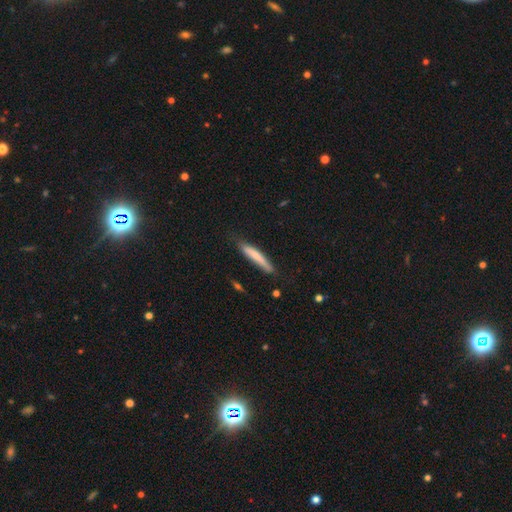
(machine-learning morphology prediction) Smooth or featured?
  - smooth: 72% *
  - featured or disk: 22%
  - star or artifact: 5%
How rounded?
  - cigar-shaped: 92% *
  - in between: 7%
  - round: 1%
Merging?
  - none: 74% *
  - minor disturbance: 20%
  - major disturbance: 4%
  - merger: 2%